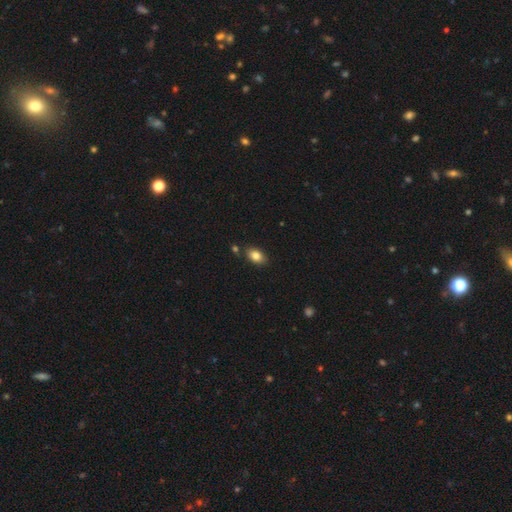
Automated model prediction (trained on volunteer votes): The model was most divided on "merging": none: 81%, minor disturbance: 11%, merger: 5%, major disturbance: 2%. More confident: how rounded — in between (88%); smooth or featured — smooth (84%).